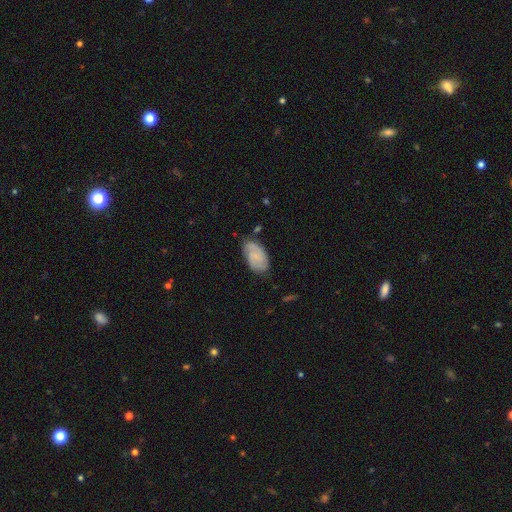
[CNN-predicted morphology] smooth_or_featured: smooth (p=0.48) [alt: featured or disk p=0.45]
merging: none (p=0.66) [alt: minor disturbance p=0.26]